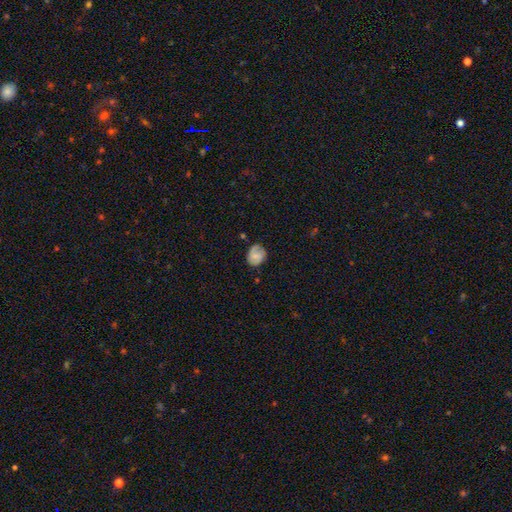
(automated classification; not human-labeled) A smooth galaxy with no disk features (65%) that is round (57%).

Vote fractions:
- Smooth or featured? smooth: 65% / featured or disk: 27% / star or artifact: 9%
- How rounded? round: 57% / in between: 42% / cigar-shaped: 1%
- Merging? none: 64% / minor disturbance: 27% / major disturbance: 7% / merger: 2%